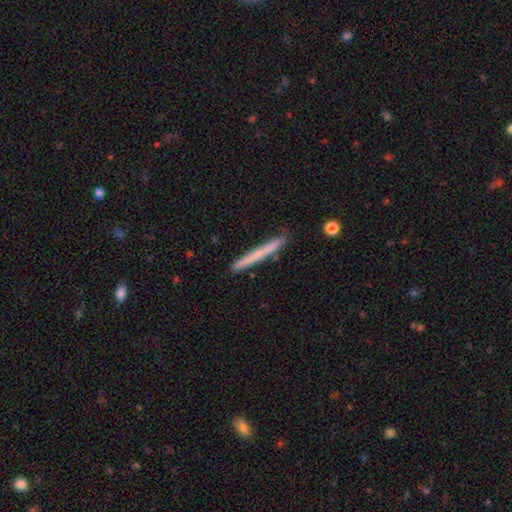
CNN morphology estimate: smooth_or_featured: smooth (p=0.64) [alt: featured or disk p=0.30]
how_rounded: cigar-shaped (p=0.97) [alt: in between p=0.02]
merging: none (p=0.87) [alt: minor disturbance p=0.09]